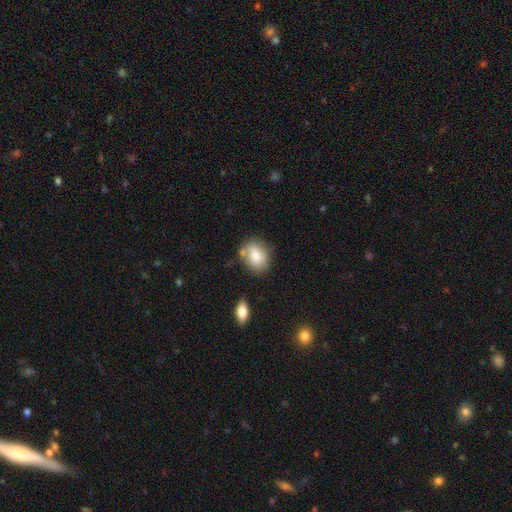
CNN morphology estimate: type=smooth (80%); roundness=in between (60%); merging=none (57%).